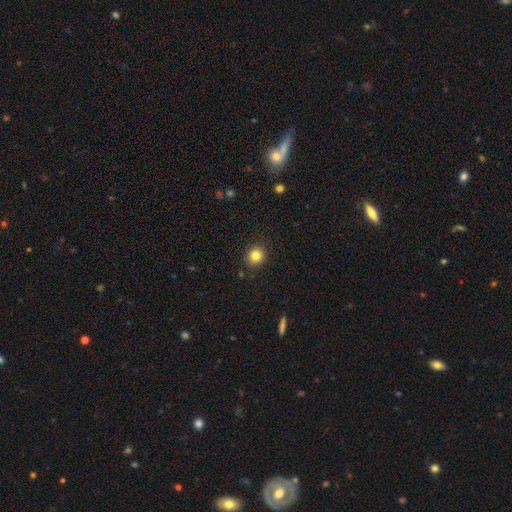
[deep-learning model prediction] This is clearly a smooth galaxy (83%). How rounded: clearly round (89%). Merging: clearly none (90%).